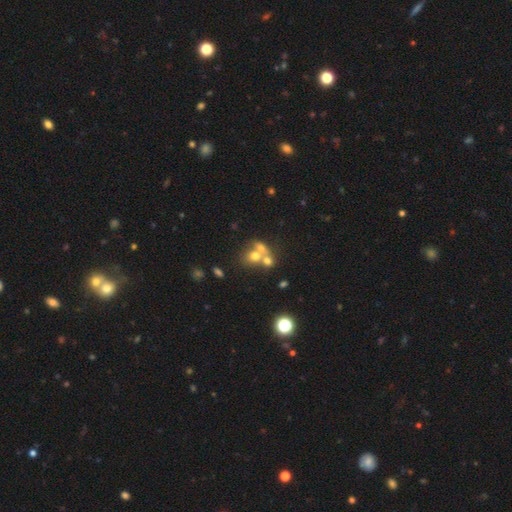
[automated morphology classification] Smooth or featured?
  - smooth: 54% *
  - featured or disk: 29%
  - star or artifact: 18%
How rounded?
  - round: 65% *
  - in between: 34%
  - cigar-shaped: 1%
Merging?
  - merger: 58% *
  - none: 30%
  - minor disturbance: 7%
  - major disturbance: 5%